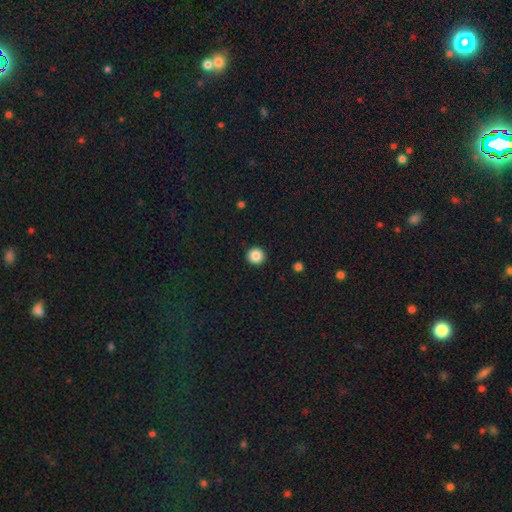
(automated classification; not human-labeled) Smooth or featured? Predicted: smooth (p=0.86). How rounded? Predicted: round (p=0.95). Merging? Predicted: none (p=0.93).